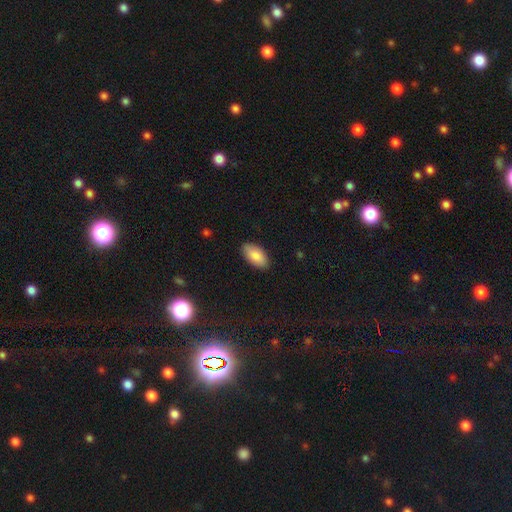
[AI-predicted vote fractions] Smooth or featured: smooth — 86% (featured or disk — 8%)
How rounded: in between — 94% (cigar-shaped — 3%)
Merging: none — 86% (minor disturbance — 10%)